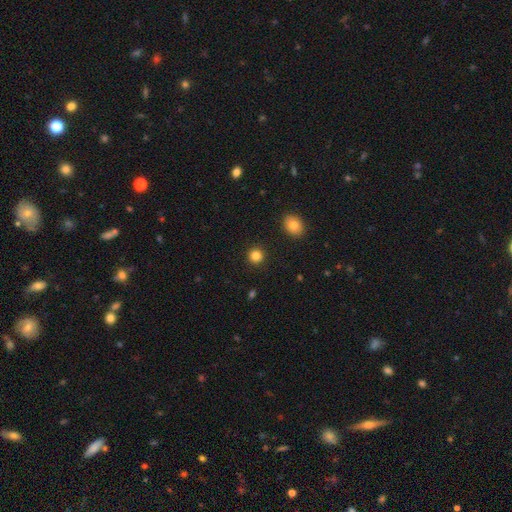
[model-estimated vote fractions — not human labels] The model was most divided on "smooth or featured": smooth: 84%, star or artifact: 12%, featured or disk: 4%. More confident: how rounded — round (92%); merging — none (92%).